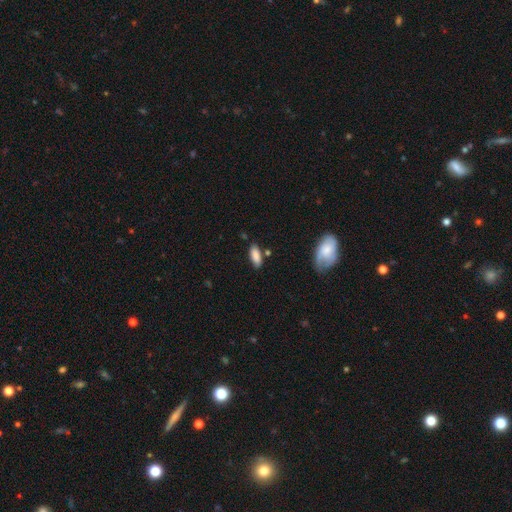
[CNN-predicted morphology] smooth-or-featured: smooth: 85% | featured or disk: 8% | star or artifact: 7%
  how-rounded: in between: 79% | cigar-shaped: 19% | round: 2%
  merging: none: 77% | minor disturbance: 15% | merger: 4% | major disturbance: 3%